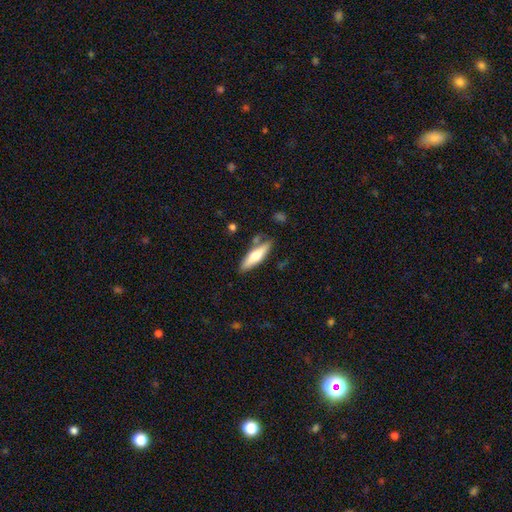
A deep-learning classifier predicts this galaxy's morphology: This is likely a smooth galaxy (60%). How rounded: likely cigar-shaped (63%). Merging: likely none (78%).